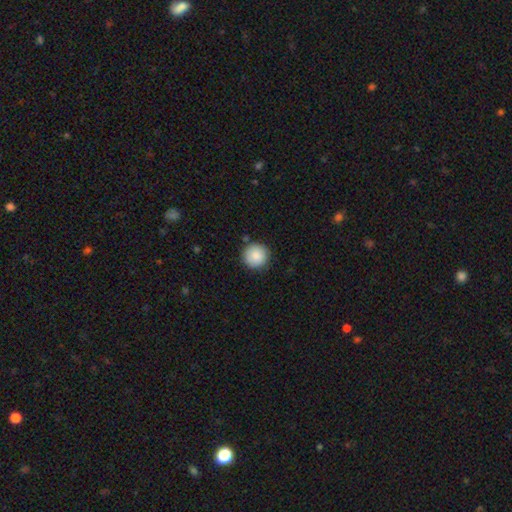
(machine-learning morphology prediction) A smooth galaxy with no disk features (85%) that is round (95%). Merging: none (88%).